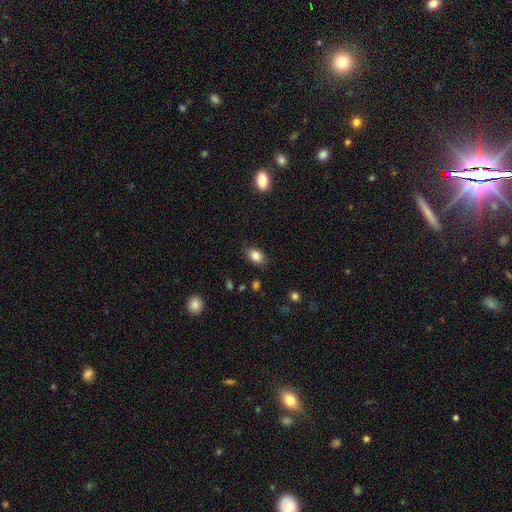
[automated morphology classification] This appears to be a smooth galaxy with no disk features (85%) that is in between round and cigar-shaped (79%). Merging: none (83%).